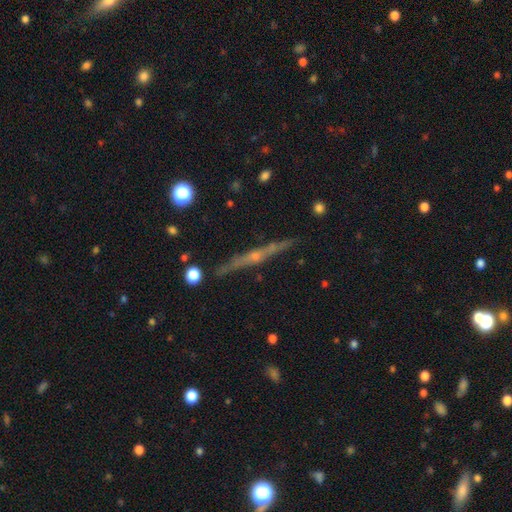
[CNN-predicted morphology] This is likely a featured or disk galaxy (77%). It is clearly viewed edge-on (97%). Edge-on bulge: likely rounded (74%). Merging: clearly none (89%).